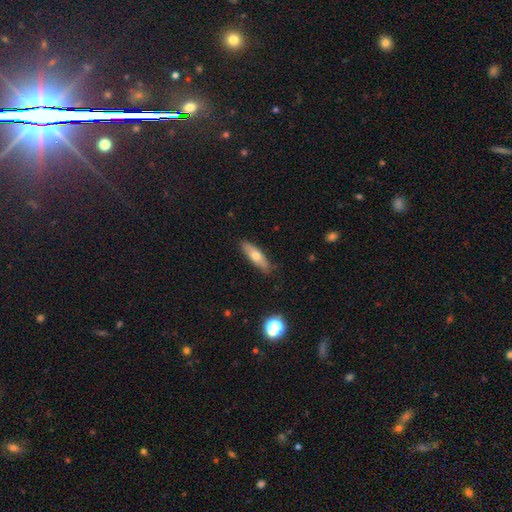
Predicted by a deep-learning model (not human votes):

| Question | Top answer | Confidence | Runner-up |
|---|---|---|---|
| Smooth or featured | smooth | 61% | featured or disk (32%) |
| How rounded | cigar-shaped | 53% | in between (44%) |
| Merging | none | 85% | minor disturbance (12%) |